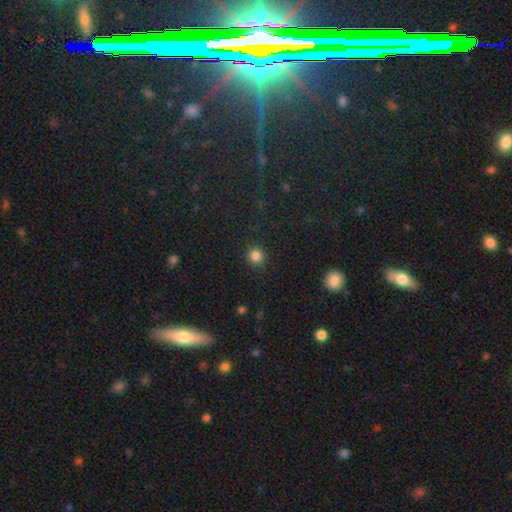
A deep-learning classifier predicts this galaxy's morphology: Smooth or featured? smooth (84%)
How rounded? round (90%)
Merging? none (90%)